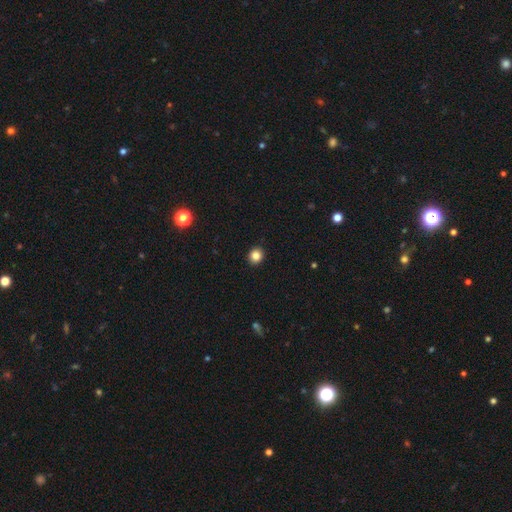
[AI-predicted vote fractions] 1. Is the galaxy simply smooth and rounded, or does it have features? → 85% smooth, 11% star or artifact, 4% featured or disk.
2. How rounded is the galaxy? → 85% round, 14% in between, 1% cigar-shaped.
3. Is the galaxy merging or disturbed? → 93% none, 5% minor disturbance, 1% major disturbance, 1% merger.